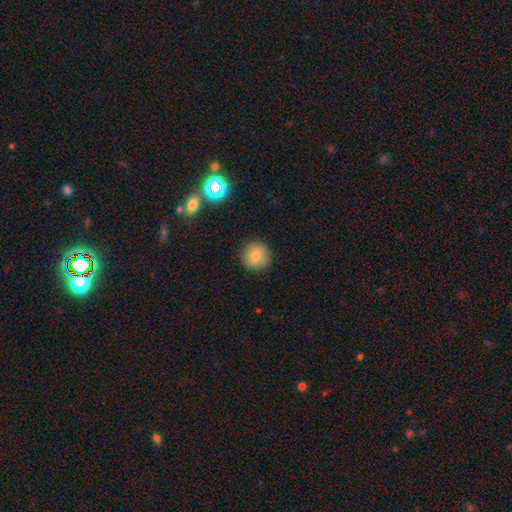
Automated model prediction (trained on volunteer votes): smooth-or-featured: smooth: 80% | featured or disk: 10% | star or artifact: 10%
  how-rounded: round: 94% | in between: 5% | cigar-shaped: 1%
  merging: none: 90% | minor disturbance: 7% | major disturbance: 2% | merger: 1%